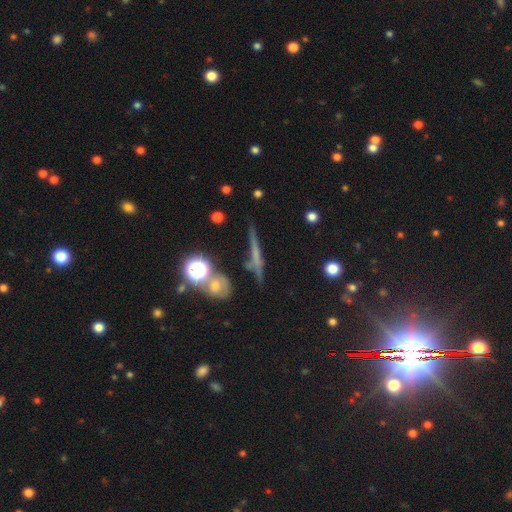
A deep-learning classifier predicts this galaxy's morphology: Overall: featured or disk (45%; smooth 38%). Merging: none (67%).